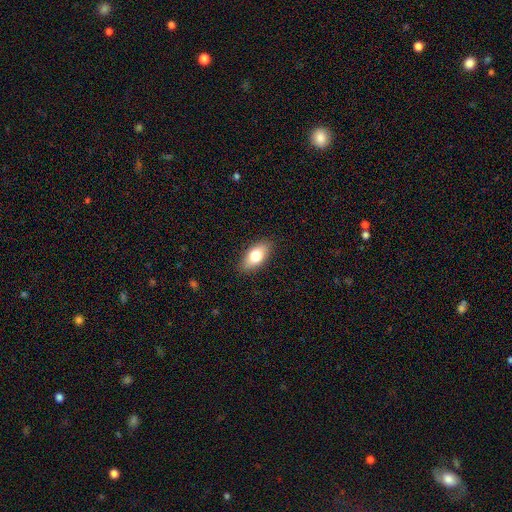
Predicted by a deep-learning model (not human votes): Q: Smooth or featured?
A: smooth (76%); runner-up: featured or disk (17%)
Q: How rounded?
A: in between (88%); runner-up: cigar-shaped (8%)
Q: Merging?
A: none (87%); runner-up: minor disturbance (9%)